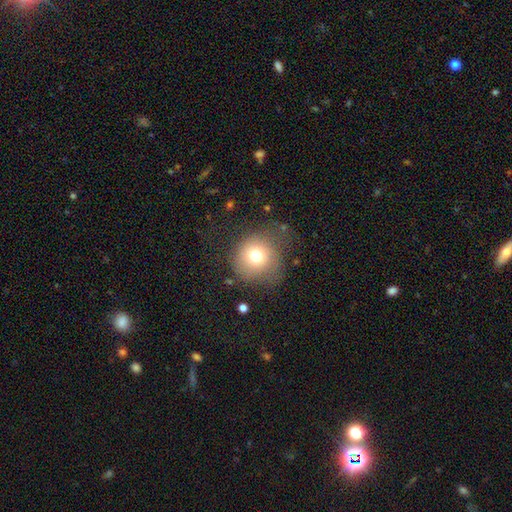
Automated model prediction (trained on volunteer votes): A smooth galaxy with no disk features (74%) that is round (90%).

Vote fractions:
- Smooth or featured? smooth: 74% / star or artifact: 13% / featured or disk: 13%
- How rounded? round: 90% / in between: 9% / cigar-shaped: 1%
- Merging? none: 63% / minor disturbance: 21% / major disturbance: 14% / merger: 2%